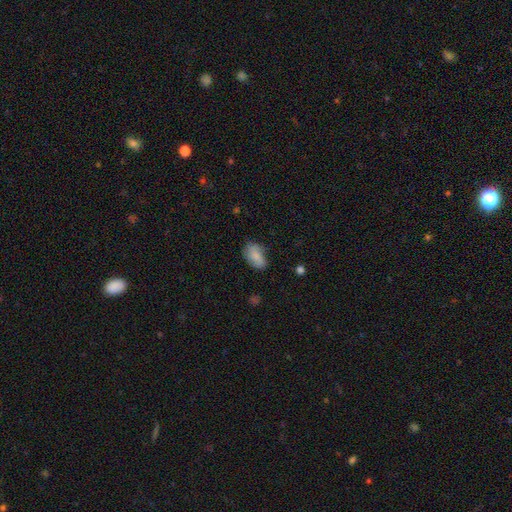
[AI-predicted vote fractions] Smooth or featured? Predicted: smooth (p=0.81). How rounded? Predicted: in between (p=0.90). Merging? Predicted: none (p=0.64).